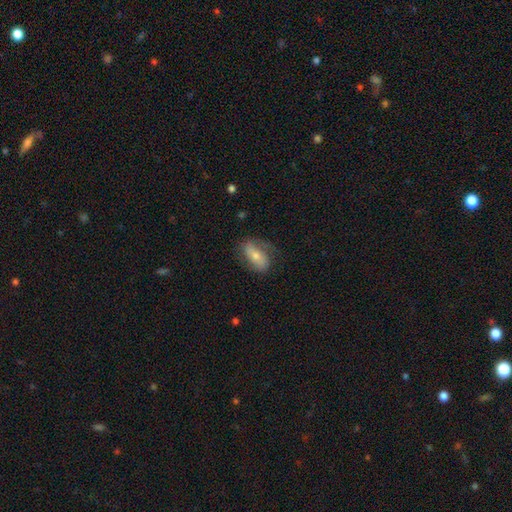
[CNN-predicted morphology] type=smooth (48%); merging=none (64%).